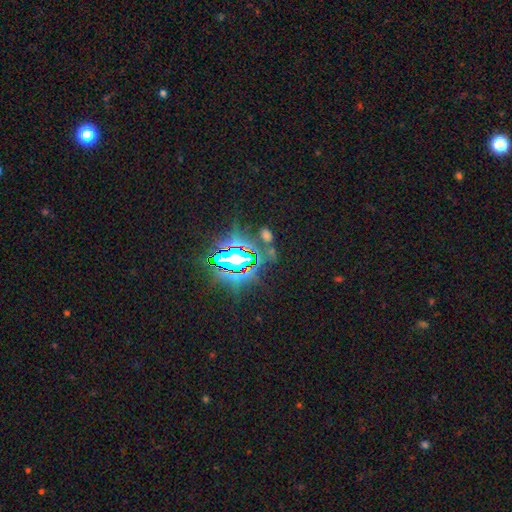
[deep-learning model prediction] Smooth or featured?
  - star or artifact: 84% *
  - smooth: 9%
  - featured or disk: 7%